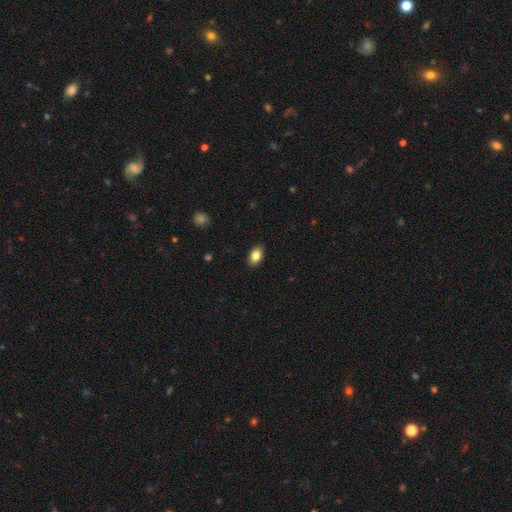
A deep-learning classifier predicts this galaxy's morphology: Smooth or featured?
  - smooth: 84% *
  - star or artifact: 8%
  - featured or disk: 8%
How rounded?
  - in between: 88% *
  - round: 10%
  - cigar-shaped: 2%
Merging?
  - none: 89% *
  - minor disturbance: 9%
  - major disturbance: 2%
  - merger: 1%